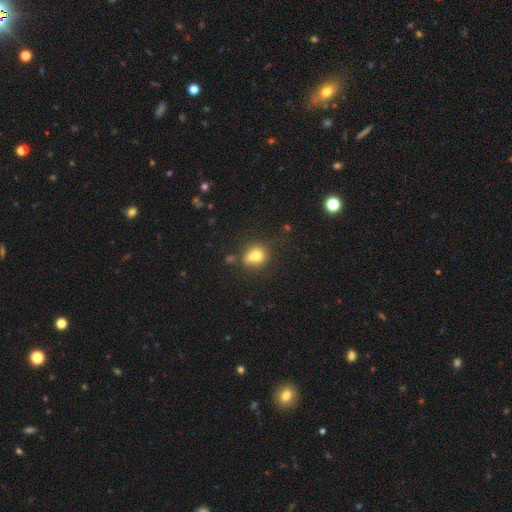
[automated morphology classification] This is likely a smooth galaxy (71%). How rounded: likely round (76%). Merging: marginally none (44%).